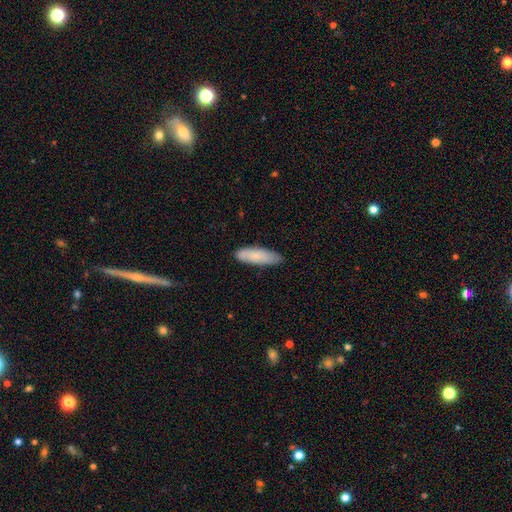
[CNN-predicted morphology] The model was most divided on "how rounded": cigar-shaped: 52%, in between: 46%, round: 2%. More confident: merging — none (82%); smooth or featured — smooth (80%).